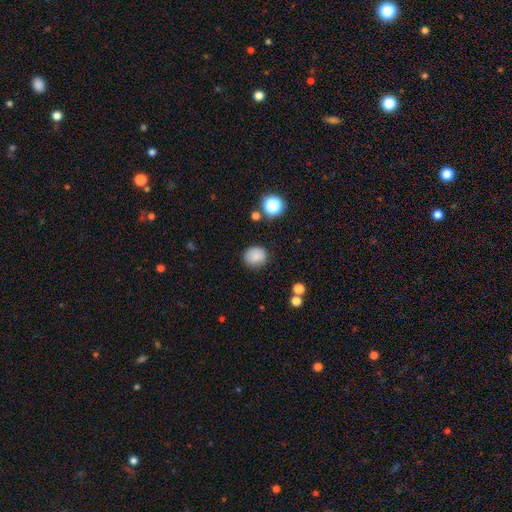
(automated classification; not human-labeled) smooth-or-featured: smooth: 84% | star or artifact: 10% | featured or disk: 5%
  how-rounded: round: 75% | in between: 25% | cigar-shaped: 1%
  merging: none: 81% | minor disturbance: 13% | major disturbance: 3% | merger: 2%